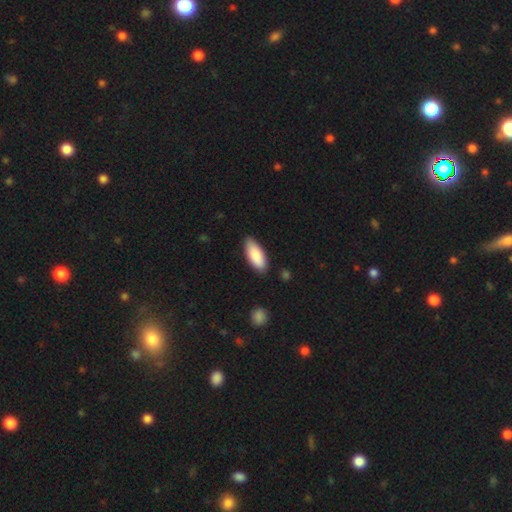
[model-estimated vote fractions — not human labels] This is clearly a smooth galaxy (87%). How rounded: likely in between (80%). Merging: clearly none (85%).